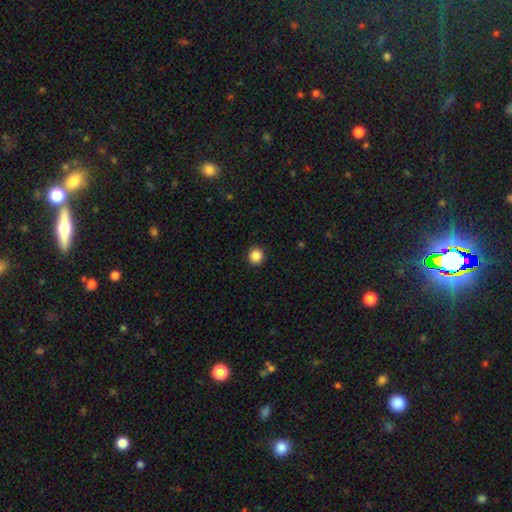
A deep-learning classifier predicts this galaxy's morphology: smooth-or-featured: smooth: 87% | star or artifact: 10% | featured or disk: 3%
  how-rounded: round: 92% | in between: 7% | cigar-shaped: 1%
  merging: none: 93% | minor disturbance: 4% | major disturbance: 2% | merger: 1%